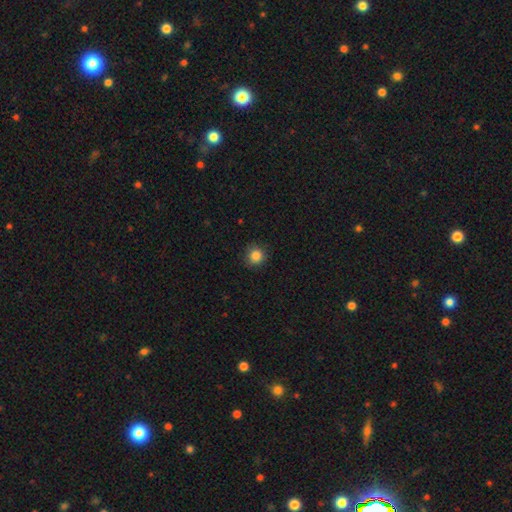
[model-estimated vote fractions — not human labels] smooth 86%, star or artifact 11%, featured or disk 4%. Down the decision tree: how rounded — round (92%); merging — none (88%).